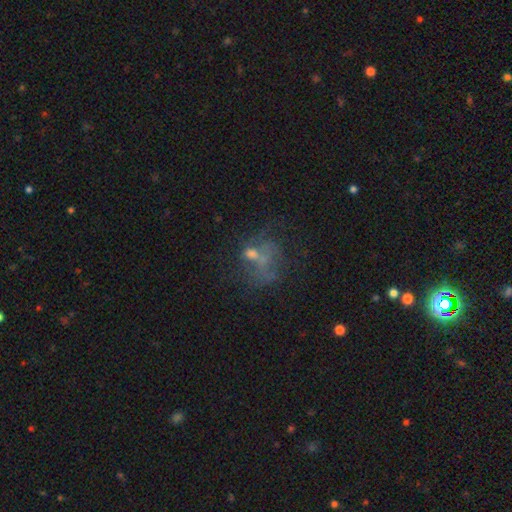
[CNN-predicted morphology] A featured or disk galaxy (48%). Merging: major disturbance (37%).